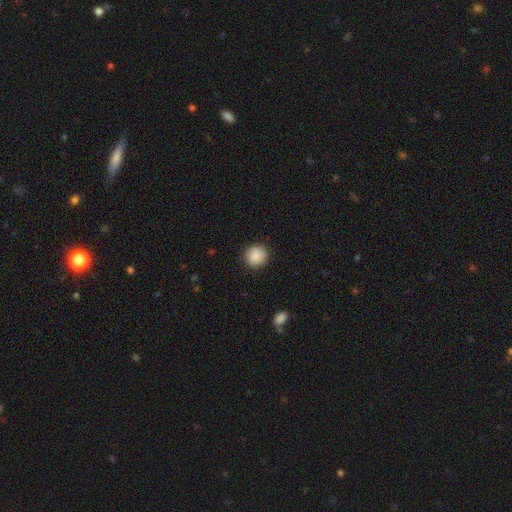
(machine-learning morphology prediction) Smooth or featured: smooth — 89% (star or artifact — 8%)
How rounded: round — 90% (in between — 9%)
Merging: none — 90% (minor disturbance — 7%)